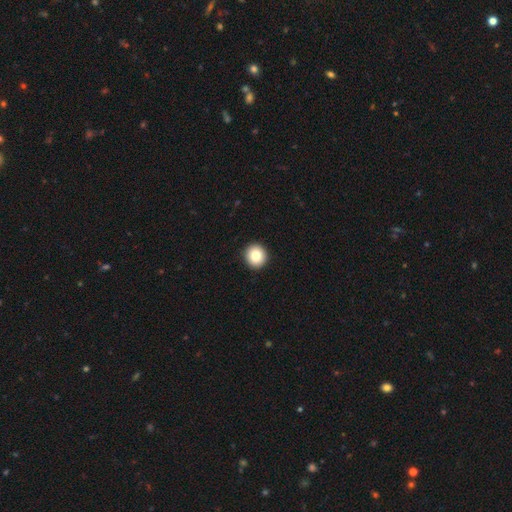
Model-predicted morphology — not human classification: This appears to be a smooth galaxy with no disk features (83%) that is round (93%). Merging: none (94%).